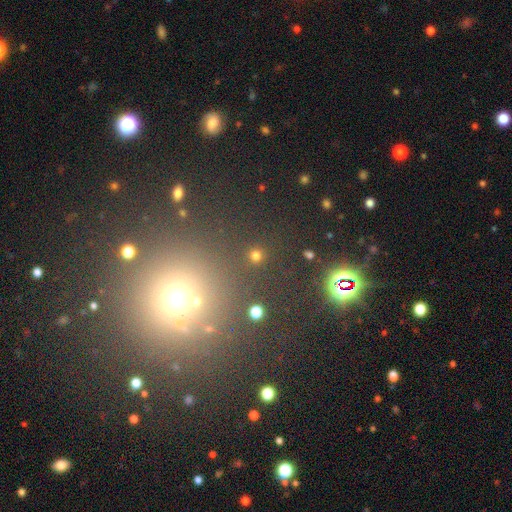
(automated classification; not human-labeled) smooth-or-featured: smooth: 75% | star or artifact: 21% | featured or disk: 4%
  how-rounded: round: 93% | in between: 6% | cigar-shaped: 1%
  merging: none: 88% | minor disturbance: 6% | merger: 4% | major disturbance: 3%